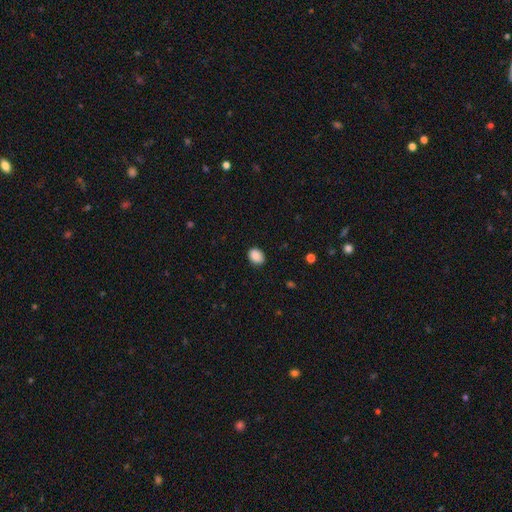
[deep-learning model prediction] smooth_or_featured: smooth (p=0.89) [alt: star or artifact p=0.08]
how_rounded: in between (p=0.57) [alt: round p=0.42]
merging: none (p=0.88) [alt: minor disturbance p=0.09]